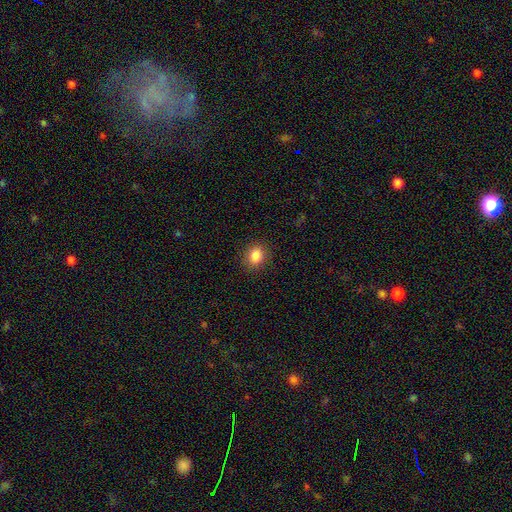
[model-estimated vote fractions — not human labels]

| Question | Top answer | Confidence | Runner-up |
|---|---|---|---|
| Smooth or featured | smooth | 86% | star or artifact (10%) |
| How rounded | round | 54% | in between (45%) |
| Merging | none | 89% | minor disturbance (8%) |